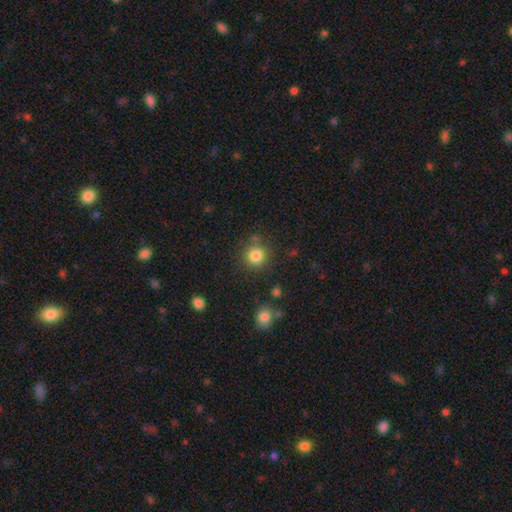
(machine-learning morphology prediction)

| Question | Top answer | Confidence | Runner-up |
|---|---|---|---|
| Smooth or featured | smooth | 84% | star or artifact (11%) |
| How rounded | round | 92% | in between (7%) |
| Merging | none | 82% | minor disturbance (9%) |